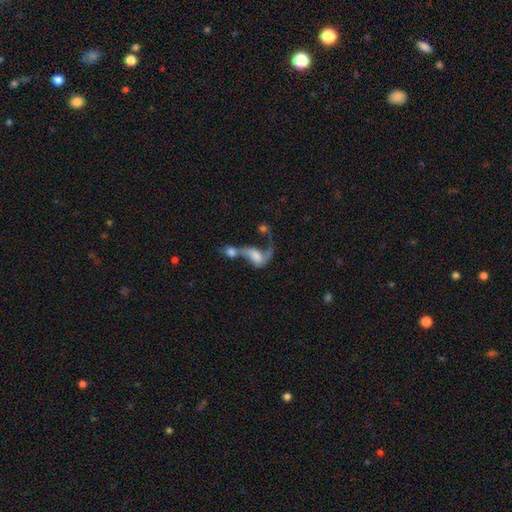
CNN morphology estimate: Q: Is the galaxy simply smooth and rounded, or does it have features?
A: featured or disk — 54%.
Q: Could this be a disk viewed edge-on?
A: no — 95%.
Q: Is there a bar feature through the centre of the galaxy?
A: no — 57%.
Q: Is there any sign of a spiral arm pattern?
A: yes — 69%.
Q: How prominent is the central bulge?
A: none — 34%.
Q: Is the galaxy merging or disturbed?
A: merger — 70%.